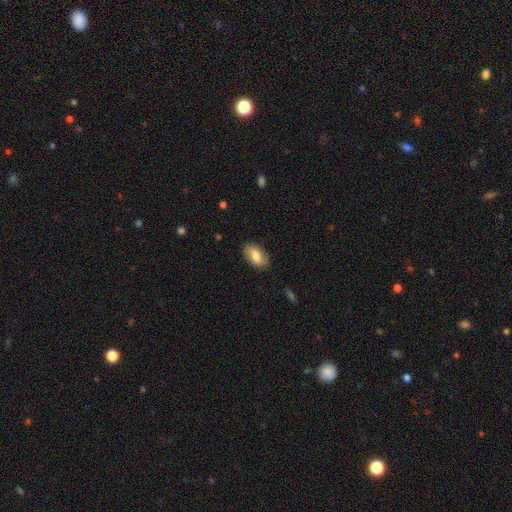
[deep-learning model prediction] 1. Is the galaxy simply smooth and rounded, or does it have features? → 73% smooth, 21% featured or disk, 7% star or artifact.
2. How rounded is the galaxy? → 93% in between, 5% round, 2% cigar-shaped.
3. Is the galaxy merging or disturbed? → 84% none, 12% minor disturbance, 3% major disturbance, 1% merger.